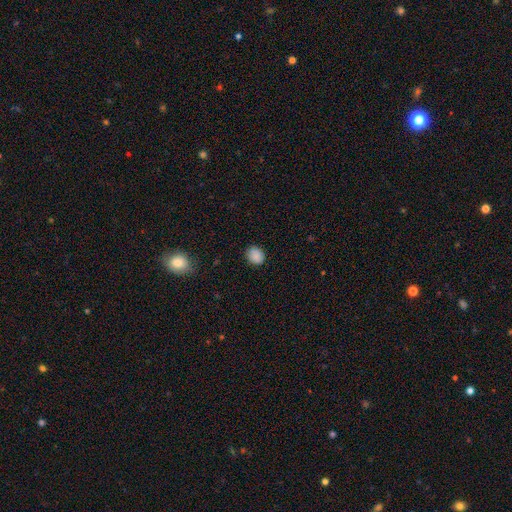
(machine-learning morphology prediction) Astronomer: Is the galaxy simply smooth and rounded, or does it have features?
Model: smooth — 85%.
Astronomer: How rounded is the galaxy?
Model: round — 72%.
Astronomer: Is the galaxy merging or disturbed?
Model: none — 83%.